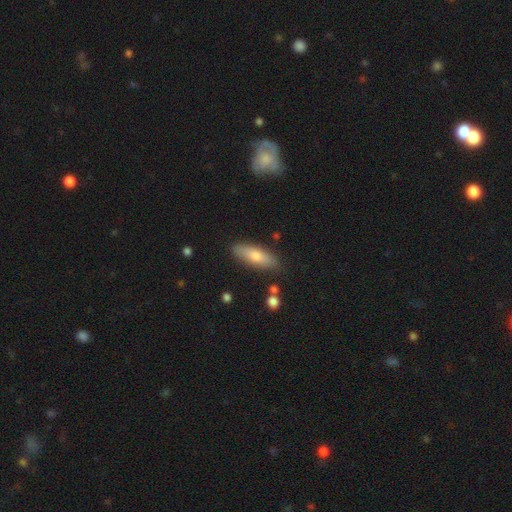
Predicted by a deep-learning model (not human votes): Smooth or featured: smooth — 66% (featured or disk — 27%)
How rounded: in between — 51% (cigar-shaped — 46%)
Merging: none — 85% (minor disturbance — 10%)